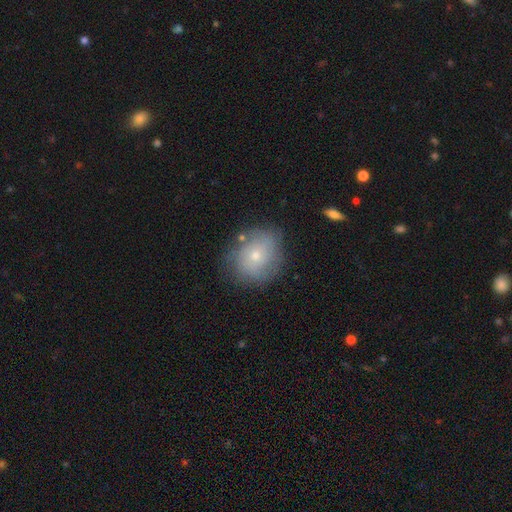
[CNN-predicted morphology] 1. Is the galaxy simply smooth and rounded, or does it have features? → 56% smooth, 34% featured or disk, 10% star or artifact.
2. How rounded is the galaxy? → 70% round, 29% in between, 1% cigar-shaped.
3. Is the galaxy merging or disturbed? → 73% none, 18% minor disturbance, 6% major disturbance, 3% merger.